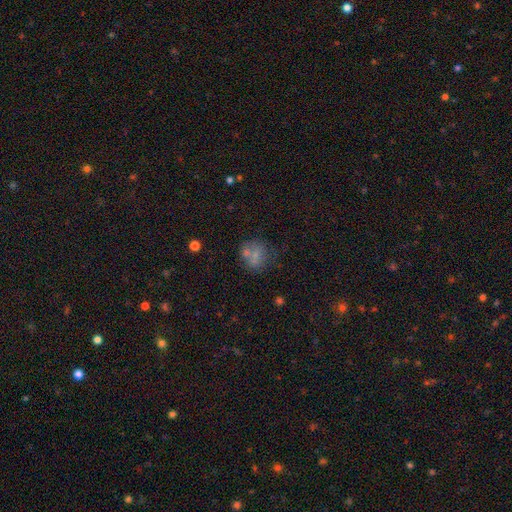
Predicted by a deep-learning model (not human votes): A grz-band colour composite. It shows a smooth galaxy with no disk features (62%) that is round (74%). Merging: none (48%).